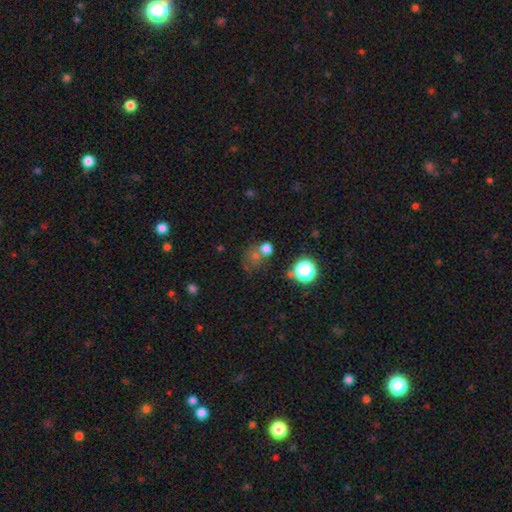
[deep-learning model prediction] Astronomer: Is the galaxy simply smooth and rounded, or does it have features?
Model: smooth — 54% (runner-up: star or artifact, 34%).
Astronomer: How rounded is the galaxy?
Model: round — 76%.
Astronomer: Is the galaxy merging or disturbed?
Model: none — 50%.